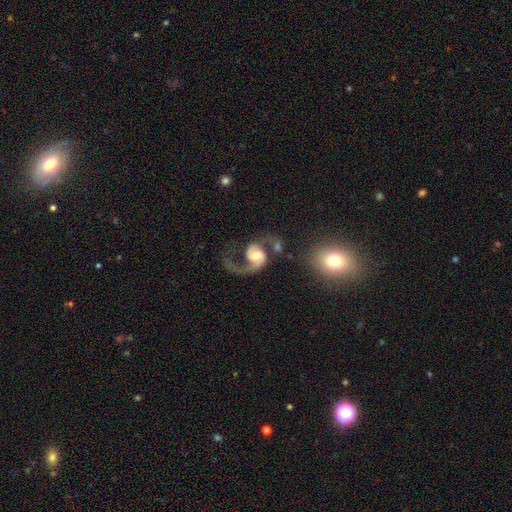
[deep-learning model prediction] featured or disk 84%, smooth 10%, star or artifact 6%. Down the decision tree: edge-on disk — no (98%); bar — no (58%); spiral arms — yes (95%); spiral arm count — 2 (68%); spiral winding — loose (59%); bulge size — moderate (62%); merging — none (44%).